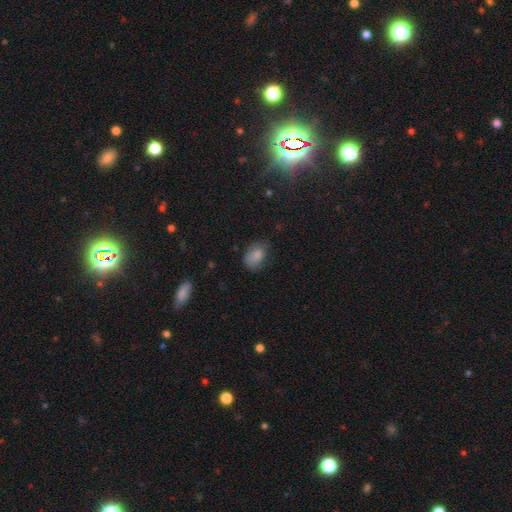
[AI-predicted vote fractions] Smooth or featured?
  - smooth: 80% *
  - featured or disk: 11%
  - star or artifact: 9%
How rounded?
  - in between: 80% *
  - round: 19%
  - cigar-shaped: 1%
Merging?
  - none: 59% *
  - minor disturbance: 29%
  - major disturbance: 9%
  - merger: 2%